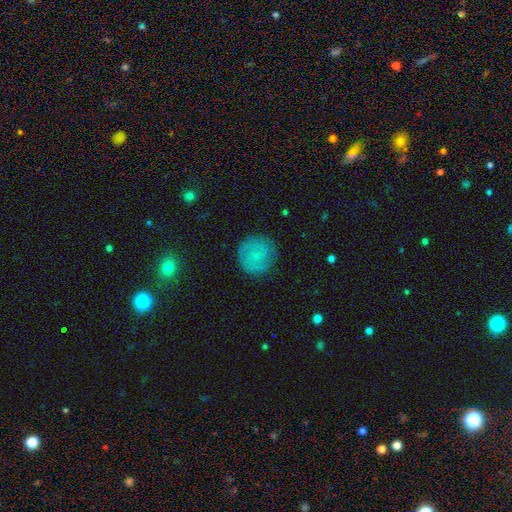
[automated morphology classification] Q: Smooth or featured?
A: smooth (62%); runner-up: featured or disk (29%)
Q: How rounded?
A: round (92%); runner-up: in between (7%)
Q: Merging?
A: none (85%); runner-up: minor disturbance (10%)